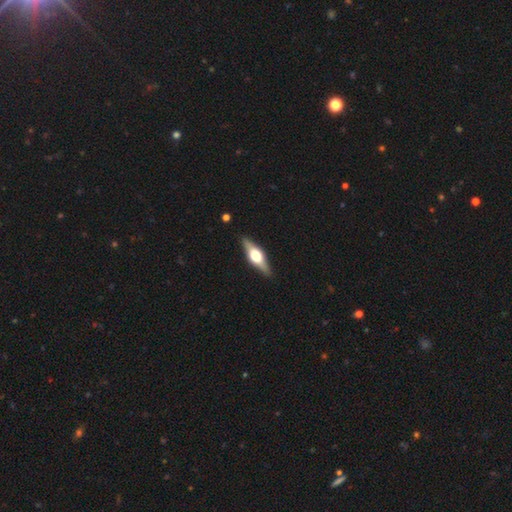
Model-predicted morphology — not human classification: Smooth or featured? featured or disk (67%)
Edge-on disk? yes (95%)
Edge-on bulge? rounded (93%)
Merging? none (89%)